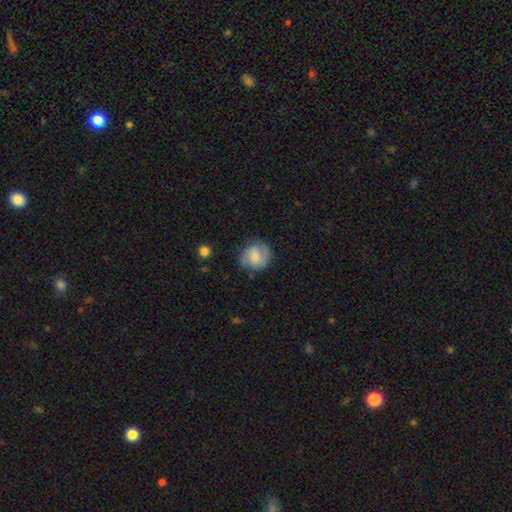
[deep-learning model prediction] This is possibly a smooth galaxy (60%). How rounded: clearly round (80%). Merging: likely none (72%).